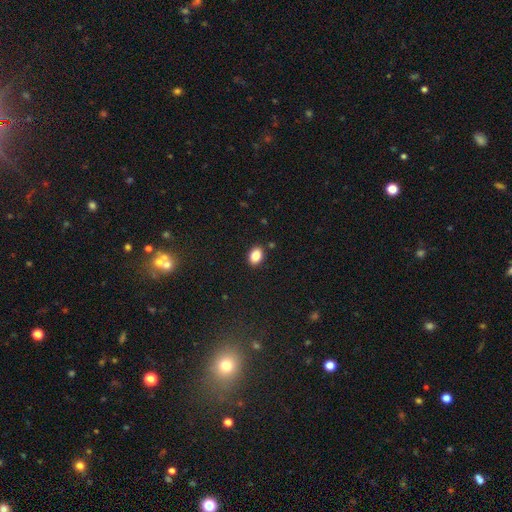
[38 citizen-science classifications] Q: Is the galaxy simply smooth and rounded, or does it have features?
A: smooth — 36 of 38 (95%).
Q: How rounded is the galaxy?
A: in between — 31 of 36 (86%).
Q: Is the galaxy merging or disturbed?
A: none — 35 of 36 (97%).